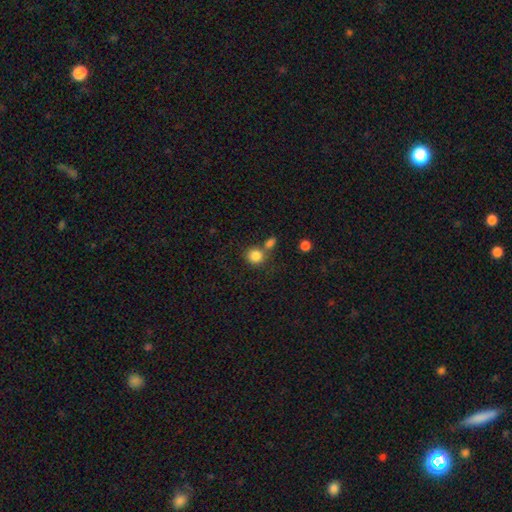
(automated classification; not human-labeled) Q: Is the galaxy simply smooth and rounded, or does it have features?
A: smooth — 84%.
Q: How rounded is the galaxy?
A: round — 86%.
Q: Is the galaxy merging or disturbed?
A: none — 60%.